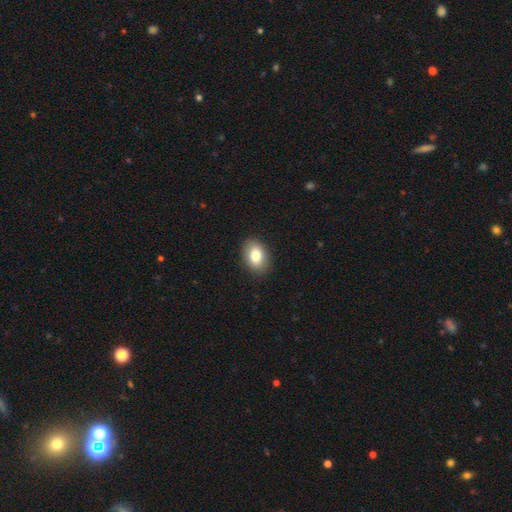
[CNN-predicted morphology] Smooth or featured?
  - smooth: 81% *
  - featured or disk: 11%
  - star or artifact: 8%
How rounded?
  - in between: 79% *
  - round: 19%
  - cigar-shaped: 1%
Merging?
  - none: 89% *
  - minor disturbance: 8%
  - major disturbance: 2%
  - merger: 1%